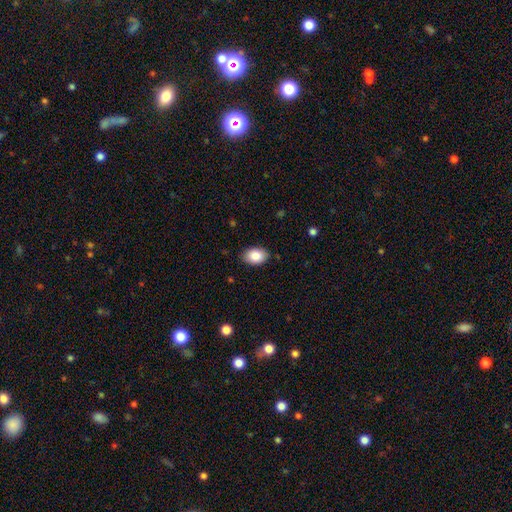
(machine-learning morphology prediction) Smooth or featured: smooth — 86% (star or artifact — 7%)
How rounded: in between — 83% (round — 16%)
Merging: none — 86% (minor disturbance — 11%)